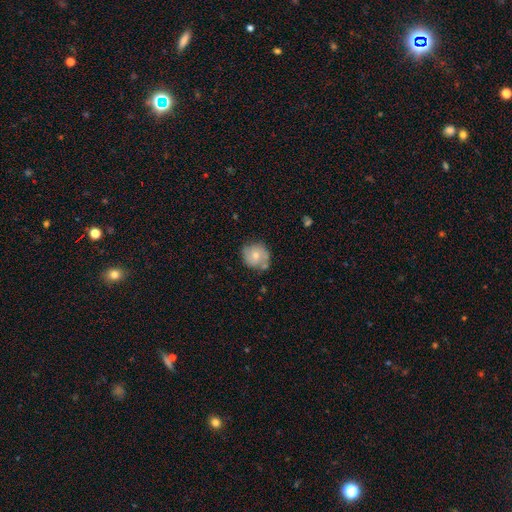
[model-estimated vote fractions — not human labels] smooth 50%, featured or disk 42%, star or artifact 8%. Down the decision tree: merging — none (64%).